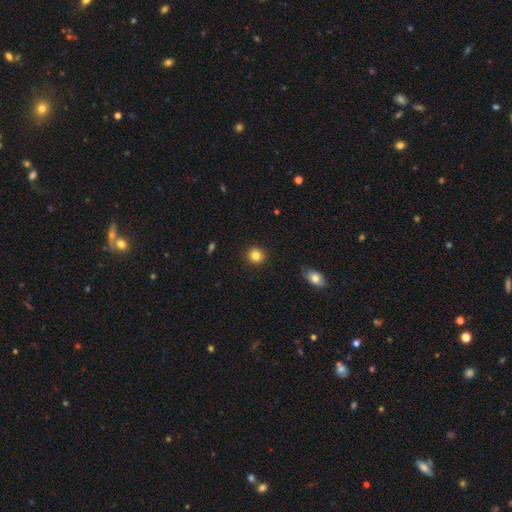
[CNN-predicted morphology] smooth-or-featured: smooth: 84% | star or artifact: 11% | featured or disk: 6%
  how-rounded: round: 89% | in between: 10% | cigar-shaped: 1%
  merging: none: 91% | minor disturbance: 6% | major disturbance: 2% | merger: 1%